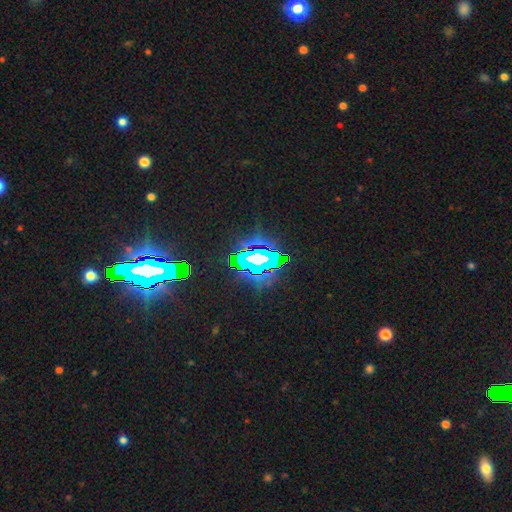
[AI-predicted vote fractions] Smooth or featured?
  - star or artifact: 68% *
  - featured or disk: 17%
  - smooth: 15%